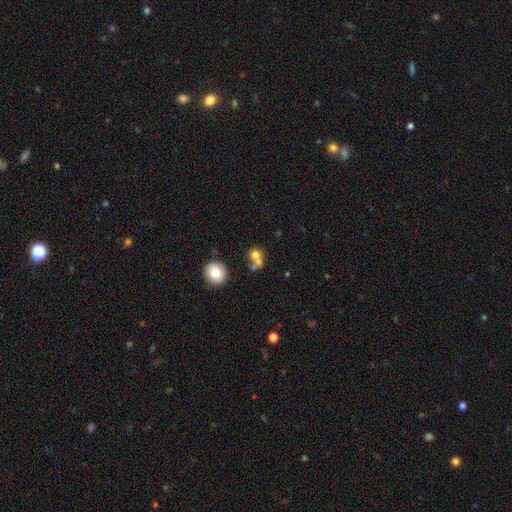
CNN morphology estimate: This is likely a smooth galaxy (71%). How rounded: likely round (80%). Merging: possibly merger (45%).